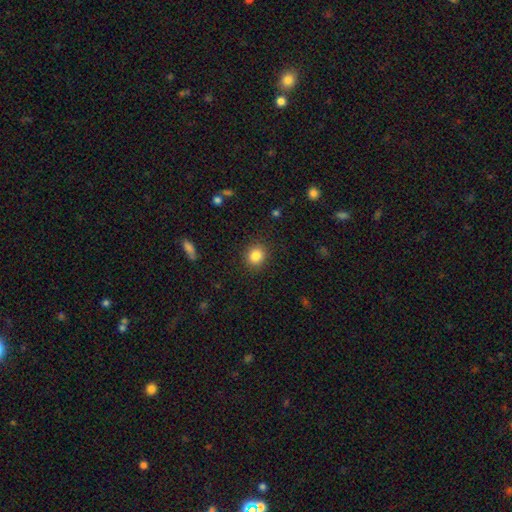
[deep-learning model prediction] smooth_or_featured: smooth (p=0.84) [alt: star or artifact p=0.11]
how_rounded: round (p=0.81) [alt: in between p=0.18]
merging: none (p=0.90) [alt: minor disturbance p=0.07]